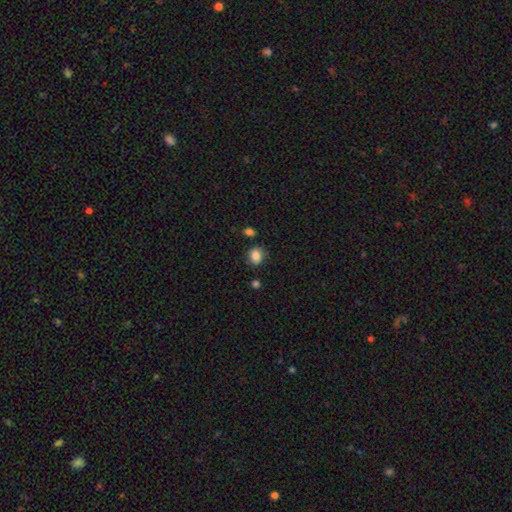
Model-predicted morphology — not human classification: smooth-or-featured: smooth: 86% | star or artifact: 10% | featured or disk: 4%
  how-rounded: round: 56% | in between: 43% | cigar-shaped: 1%
  merging: none: 79% | minor disturbance: 13% | merger: 4% | major disturbance: 3%